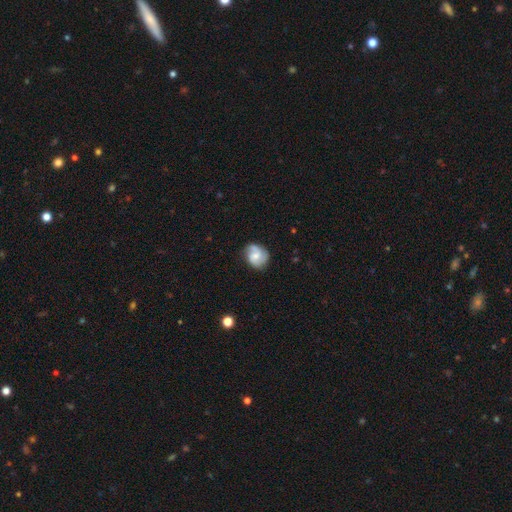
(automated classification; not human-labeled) A featured or disk galaxy (63%) with no bar (60%), 2 (57%) medium (43%) spiral arms (92%) and a moderate central bulge (47%). Merging: none (67%).